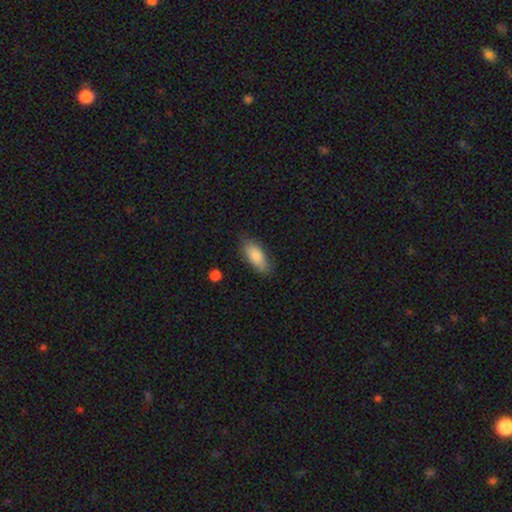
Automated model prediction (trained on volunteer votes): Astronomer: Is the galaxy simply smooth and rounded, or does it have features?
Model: smooth — 83%.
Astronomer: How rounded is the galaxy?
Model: in between — 82%.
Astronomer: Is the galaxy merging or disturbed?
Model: none — 76%.